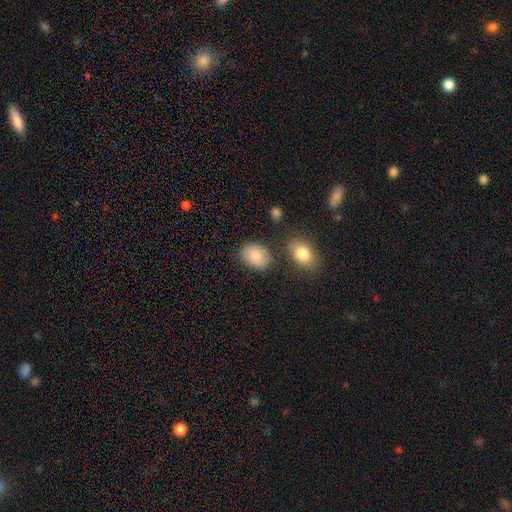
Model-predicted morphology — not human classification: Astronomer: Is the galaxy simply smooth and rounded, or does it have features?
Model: smooth — 84%.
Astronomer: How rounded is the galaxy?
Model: in between — 67%.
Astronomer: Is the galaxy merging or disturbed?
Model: none — 79%.